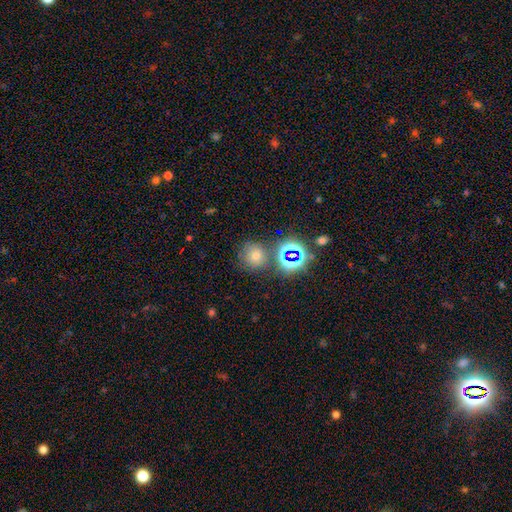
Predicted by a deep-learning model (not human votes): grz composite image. It shows a smooth galaxy with no disk features (53%) that is round (88%). Merging: none (76%).